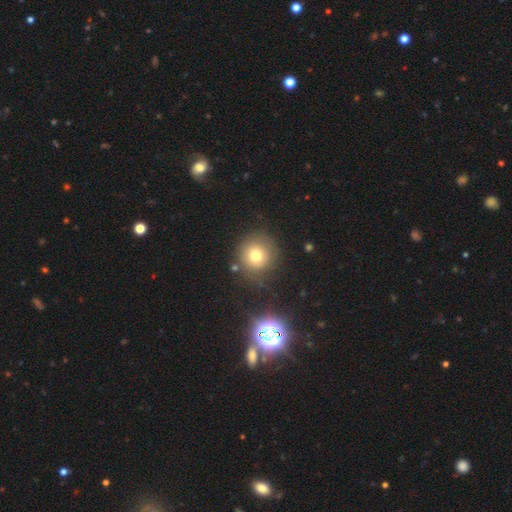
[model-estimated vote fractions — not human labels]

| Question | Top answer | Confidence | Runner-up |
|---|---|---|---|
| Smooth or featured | smooth | 73% | star or artifact (14%) |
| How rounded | round | 92% | in between (7%) |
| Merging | none | 78% | minor disturbance (12%) |